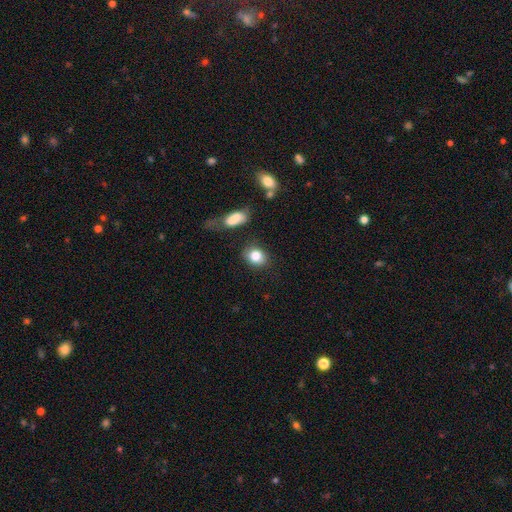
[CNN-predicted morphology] This appears to be a smooth galaxy with no disk features (83%) that is round (54%). Merging: none (78%).